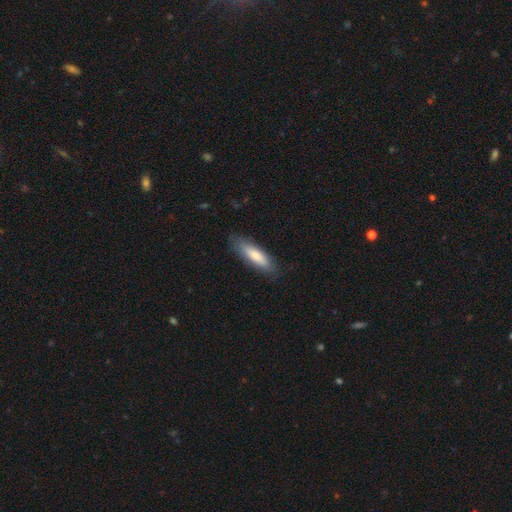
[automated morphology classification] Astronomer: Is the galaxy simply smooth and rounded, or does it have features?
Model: smooth — 77%.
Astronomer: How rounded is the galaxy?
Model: cigar-shaped — 55% (runner-up: in between, 43%).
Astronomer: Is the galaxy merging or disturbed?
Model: none — 82%.